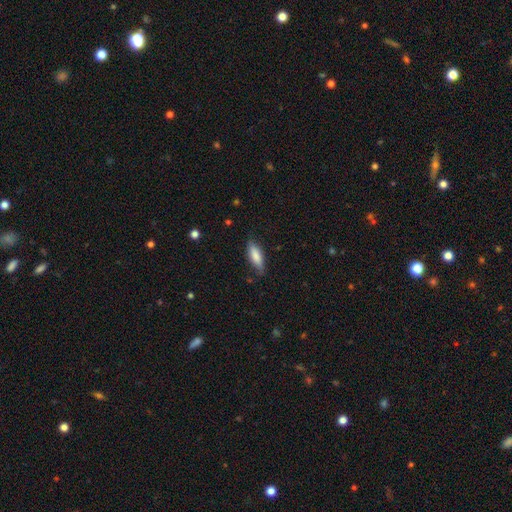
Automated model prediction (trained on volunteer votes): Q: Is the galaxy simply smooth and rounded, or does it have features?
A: smooth — 79%.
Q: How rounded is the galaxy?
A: in between — 58%.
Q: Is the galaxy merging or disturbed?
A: none — 76%.